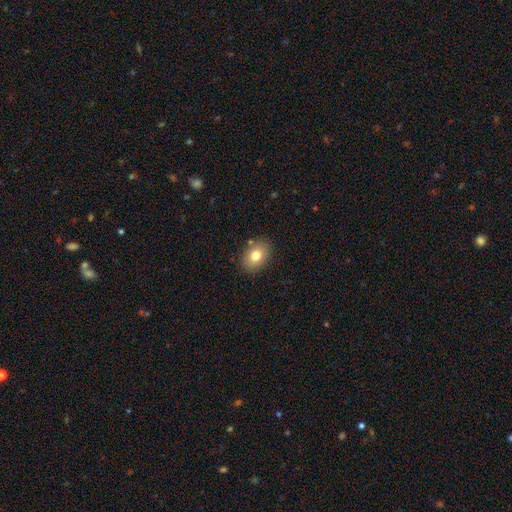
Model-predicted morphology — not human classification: smooth 79%, featured or disk 12%, star or artifact 9%. Down the decision tree: how rounded — in between (73%); merging — none (84%).